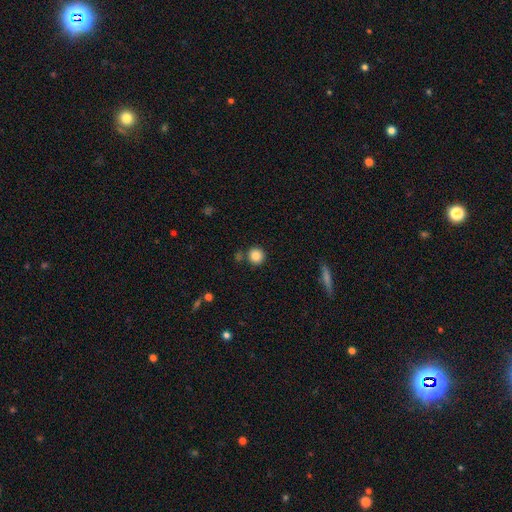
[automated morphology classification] Overall: smooth (86%). How rounded: round (93%). Merging: none (81%).